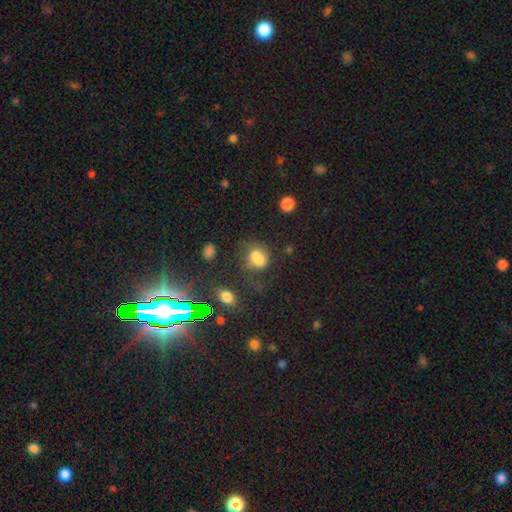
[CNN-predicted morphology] smooth-or-featured: smooth: 66% | featured or disk: 19% | star or artifact: 15%
  how-rounded: in between: 63% | round: 35% | cigar-shaped: 2%
  merging: none: 31% | major disturbance: 25% | merger: 23% | minor disturbance: 21%